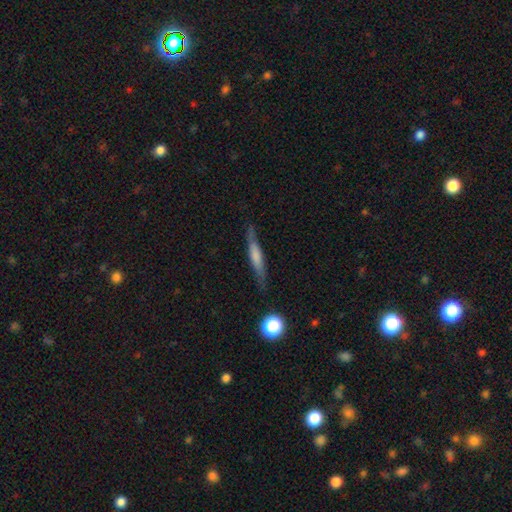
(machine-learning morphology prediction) A smooth galaxy with no disk features (52%) that is cigar-shaped (89%). Merging: none (80%).